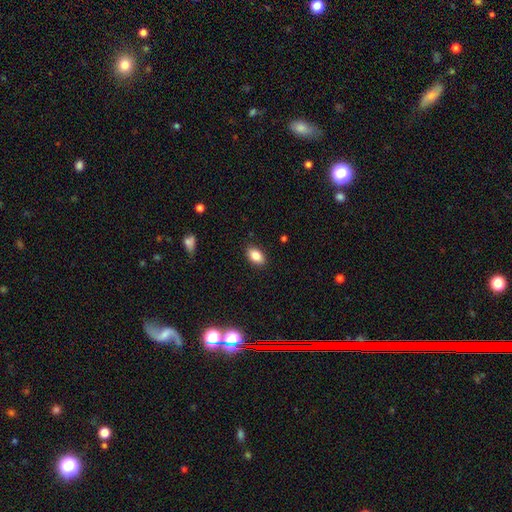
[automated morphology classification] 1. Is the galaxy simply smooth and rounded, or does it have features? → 84% smooth, 8% star or artifact, 7% featured or disk.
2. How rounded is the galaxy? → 90% in between, 8% round, 2% cigar-shaped.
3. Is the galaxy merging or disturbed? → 88% none, 9% minor disturbance, 2% major disturbance, 1% merger.